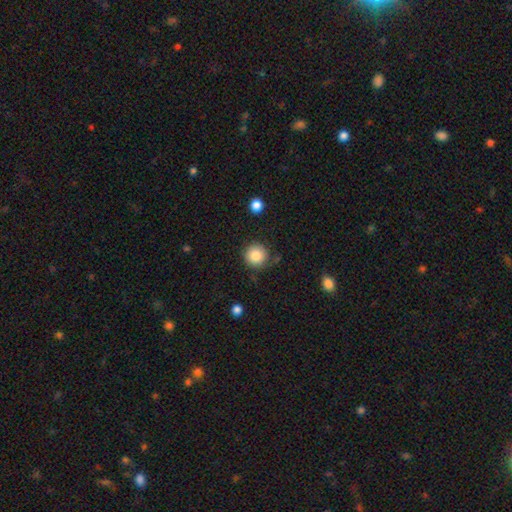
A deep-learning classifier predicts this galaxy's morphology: smooth 84%, star or artifact 9%, featured or disk 6%. Down the decision tree: how rounded — round (94%); merging — none (80%).